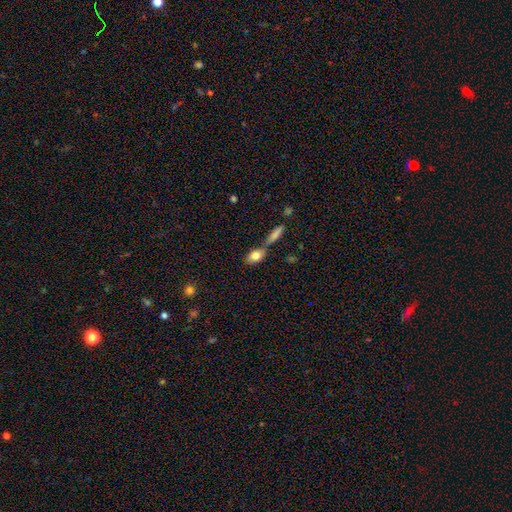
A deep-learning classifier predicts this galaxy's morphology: type=smooth (80%); roundness=in between (83%); merging=none (53%).